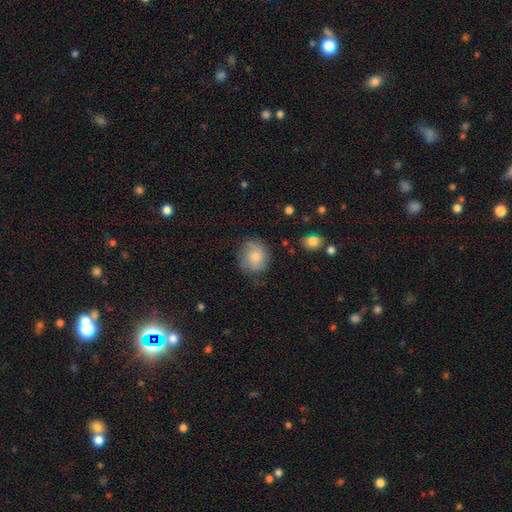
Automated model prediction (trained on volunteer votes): The model was most divided on "smooth or featured": smooth: 71%, featured or disk: 21%, star or artifact: 8%. More confident: how rounded — round (77%); merging — none (71%).